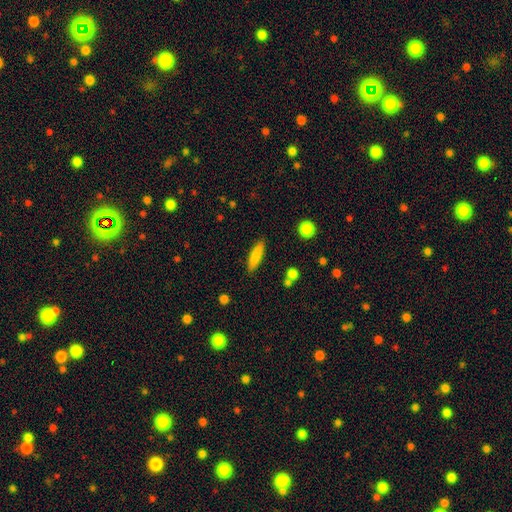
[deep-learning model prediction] The model was most divided on "how rounded": cigar-shaped: 72%, in between: 27%, round: 2%. More confident: merging — none (87%); smooth or featured — smooth (82%).